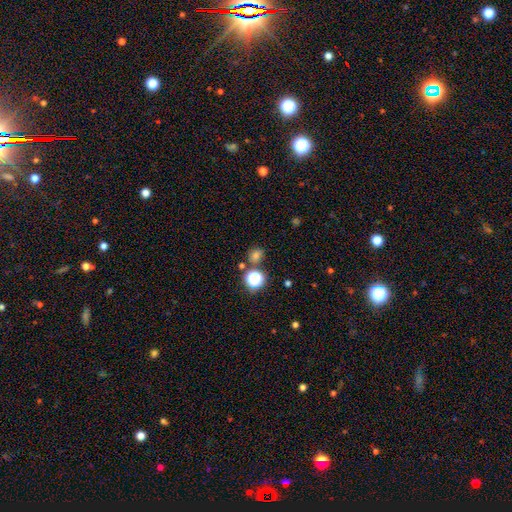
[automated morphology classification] Smooth or featured?
  - smooth: 62% *
  - star or artifact: 32%
  - featured or disk: 6%
How rounded?
  - round: 76% *
  - in between: 23%
  - cigar-shaped: 1%
Merging?
  - none: 79% *
  - merger: 10%
  - minor disturbance: 8%
  - major disturbance: 3%